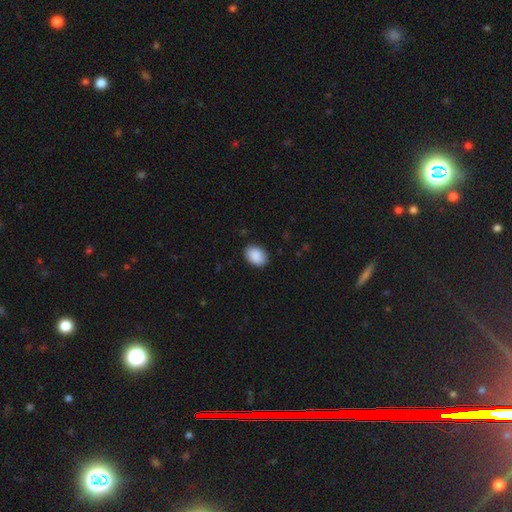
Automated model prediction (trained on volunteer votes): smooth-or-featured: smooth: 90% | star or artifact: 7% | featured or disk: 3%
  how-rounded: in between: 81% | round: 18% | cigar-shaped: 1%
  merging: none: 86% | minor disturbance: 11% | major disturbance: 2% | merger: 1%